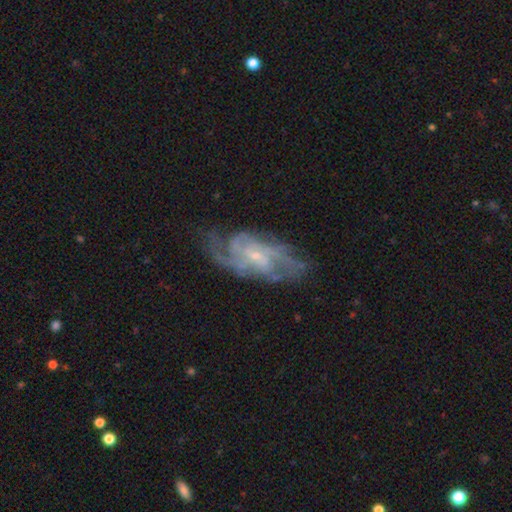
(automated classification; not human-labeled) A featured or disk galaxy (86%) with no bar (52%), medium (44%) spiral arms (94%) and a small central bulge (74%). Merging: none (67%).